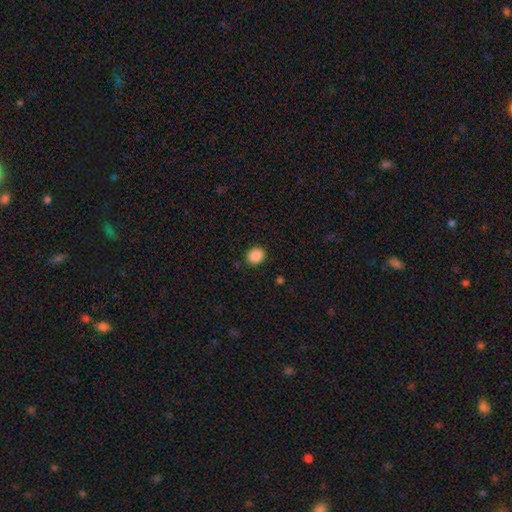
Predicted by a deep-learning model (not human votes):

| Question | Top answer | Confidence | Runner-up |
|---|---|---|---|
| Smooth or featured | smooth | 88% | star or artifact (9%) |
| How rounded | round | 68% | in between (31%) |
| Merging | none | 89% | minor disturbance (7%) |